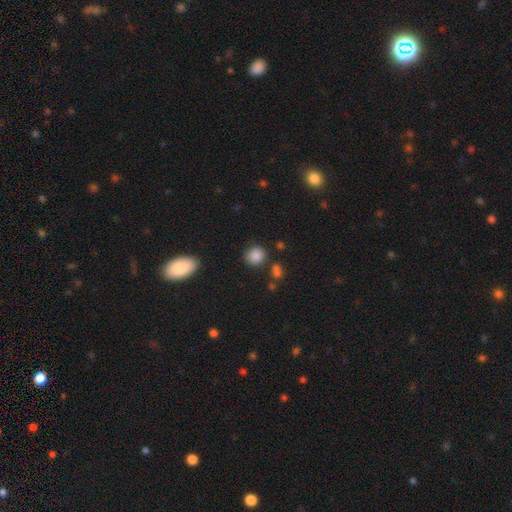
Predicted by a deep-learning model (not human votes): Morphology: type=smooth (86%); roundness=round (84%); merging=none (80%).